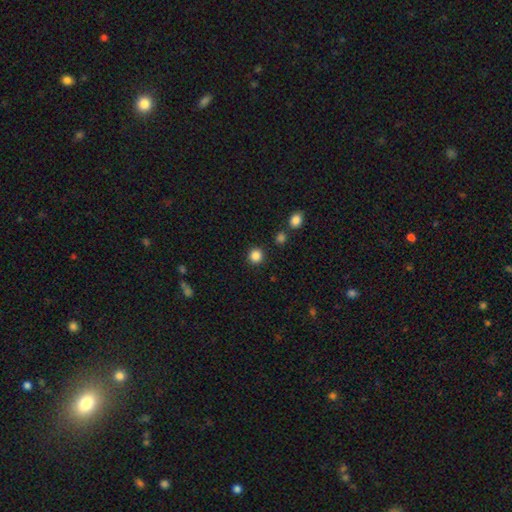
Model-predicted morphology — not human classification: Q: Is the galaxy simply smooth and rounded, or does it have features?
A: smooth — 85%.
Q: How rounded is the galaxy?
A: round — 92%.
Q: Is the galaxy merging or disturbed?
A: none — 89%.